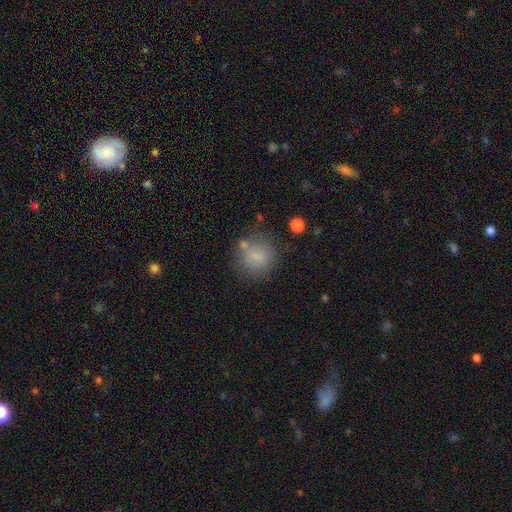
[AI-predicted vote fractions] smooth-or-featured: smooth: 78% | star or artifact: 11% | featured or disk: 10%
  how-rounded: round: 85% | in between: 14% | cigar-shaped: 1%
  merging: none: 70% | minor disturbance: 15% | merger: 8% | major disturbance: 6%